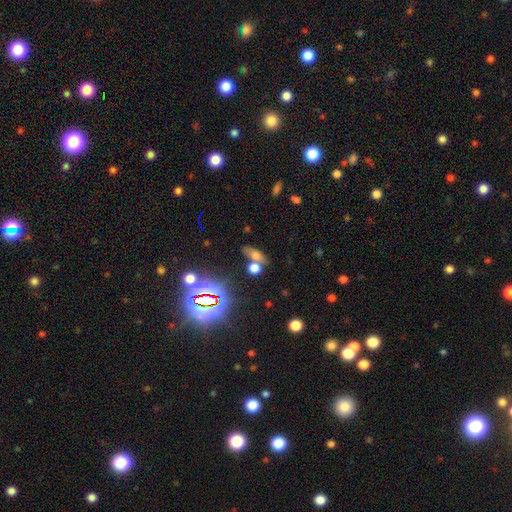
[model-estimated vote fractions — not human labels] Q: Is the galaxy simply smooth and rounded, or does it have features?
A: smooth — 60%.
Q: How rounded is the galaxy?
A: in between — 64%.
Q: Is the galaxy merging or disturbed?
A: none — 55%.